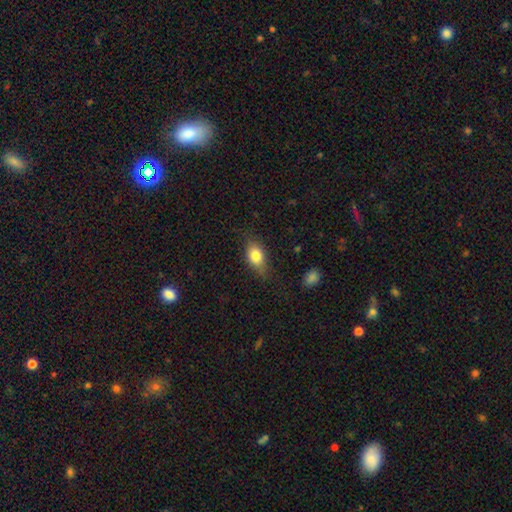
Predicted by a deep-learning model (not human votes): This is likely a smooth galaxy (78%). How rounded: likely in between (77%). Merging: likely none (71%).